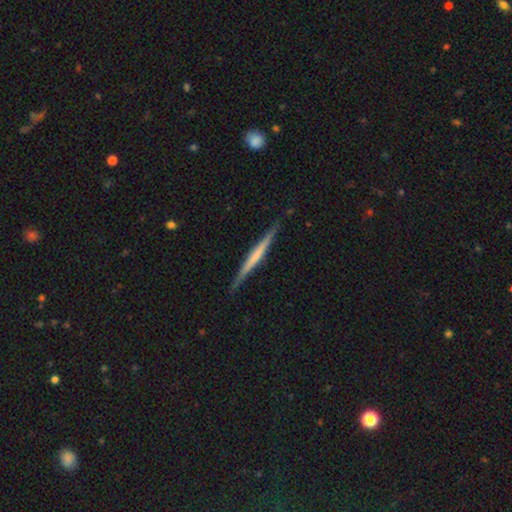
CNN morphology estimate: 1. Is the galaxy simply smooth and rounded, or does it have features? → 61% featured or disk, 34% smooth, 5% star or artifact.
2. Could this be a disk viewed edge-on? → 98% yes, 2% no.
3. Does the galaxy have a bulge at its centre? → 67% none, 18% rounded, 15% boxy.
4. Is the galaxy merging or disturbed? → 89% none, 8% minor disturbance, 2% major disturbance, 1% merger.